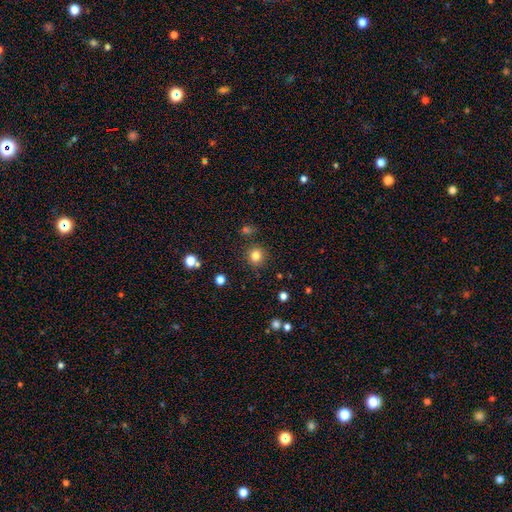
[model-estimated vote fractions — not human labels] smooth 82%, star or artifact 12%, featured or disk 6%. Down the decision tree: how rounded — round (91%); merging — none (88%).